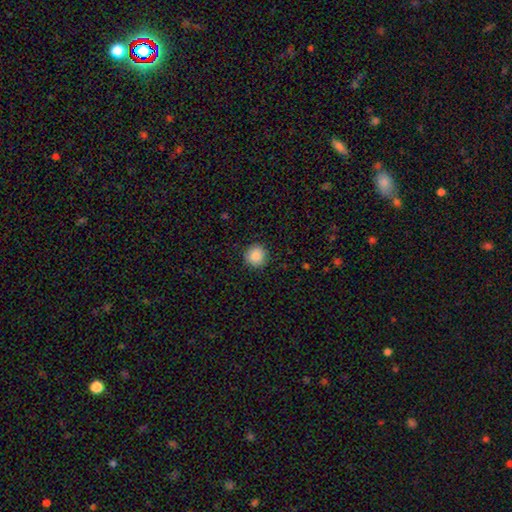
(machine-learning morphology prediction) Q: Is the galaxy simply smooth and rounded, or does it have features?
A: smooth — 88%.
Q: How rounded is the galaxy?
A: round — 94%.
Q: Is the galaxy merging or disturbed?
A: none — 91%.